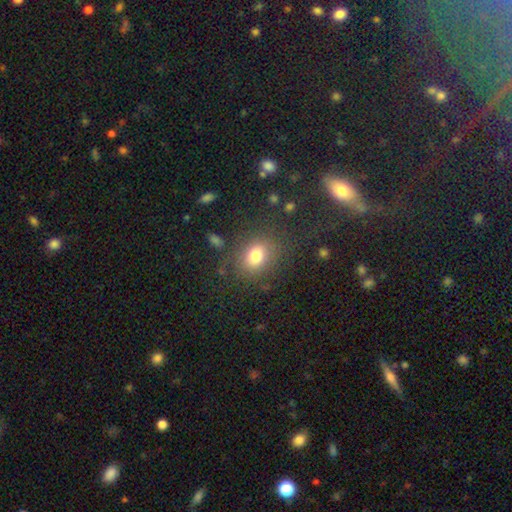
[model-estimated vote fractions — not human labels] smooth_or_featured: smooth (p=0.77) [alt: star or artifact p=0.13]
how_rounded: in between (p=0.50) [alt: round p=0.49]
merging: none (p=0.77) [alt: minor disturbance p=0.13]